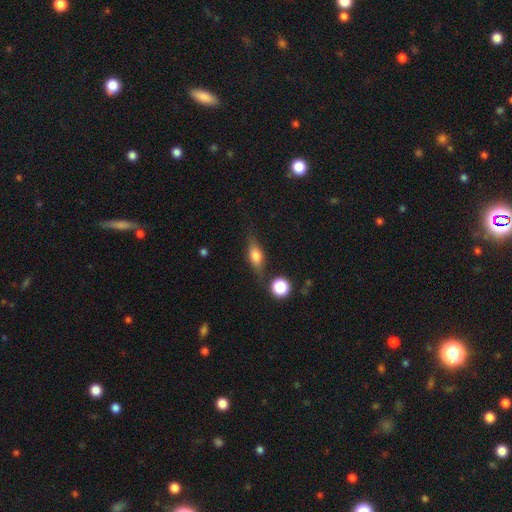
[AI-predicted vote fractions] Smooth or featured? Predicted: smooth (p=0.53). How rounded? Predicted: in between (p=0.60). Merging? Predicted: none (p=0.73).